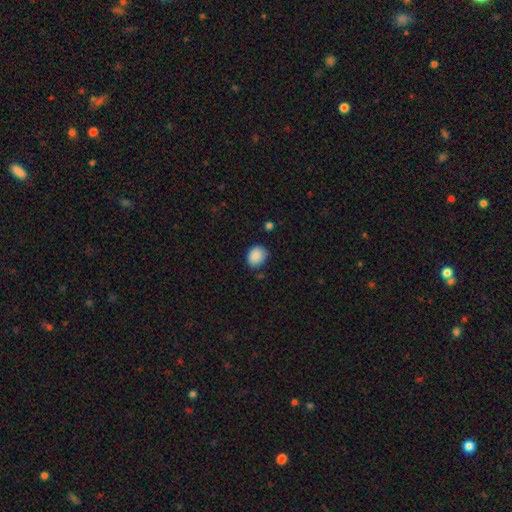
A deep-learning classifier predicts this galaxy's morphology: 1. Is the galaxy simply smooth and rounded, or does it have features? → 88% smooth, 8% star or artifact, 4% featured or disk.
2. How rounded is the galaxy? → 51% round, 48% in between, 1% cigar-shaped.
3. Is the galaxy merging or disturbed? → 70% none, 23% minor disturbance, 4% major disturbance, 3% merger.